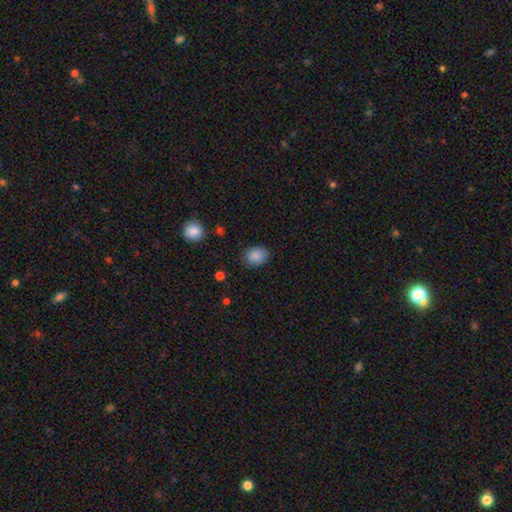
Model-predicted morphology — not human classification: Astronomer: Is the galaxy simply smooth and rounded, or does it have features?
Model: smooth — 87%.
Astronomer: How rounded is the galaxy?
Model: in between — 67%.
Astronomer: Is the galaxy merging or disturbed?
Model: none — 82%.